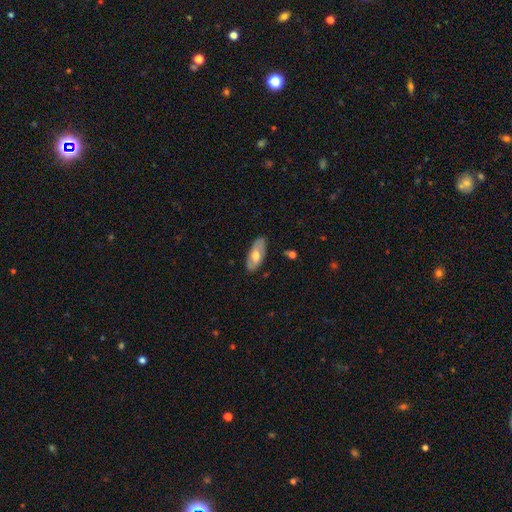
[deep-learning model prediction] Q: Smooth or featured?
A: smooth (53%); runner-up: featured or disk (41%)
Q: How rounded?
A: in between (86%); runner-up: cigar-shaped (11%)
Q: Merging?
A: none (84%); runner-up: minor disturbance (13%)